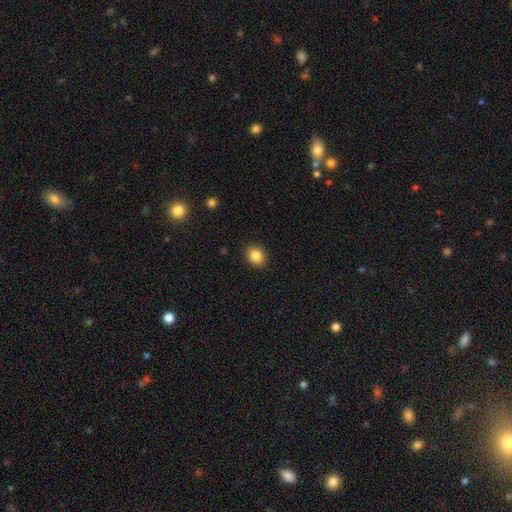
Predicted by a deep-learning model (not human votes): smooth-or-featured: smooth: 85% | star or artifact: 9% | featured or disk: 6%
  how-rounded: round: 53% | in between: 46% | cigar-shaped: 1%
  merging: none: 90% | minor disturbance: 7% | major disturbance: 2% | merger: 1%